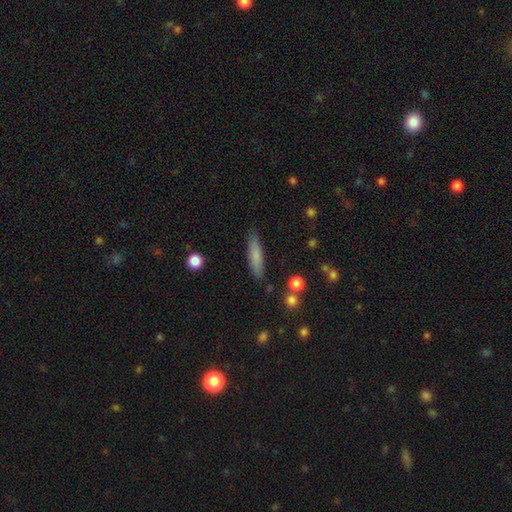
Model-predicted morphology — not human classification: A smooth galaxy with no disk features (79%) that is cigar-shaped (76%). Merging: none (86%).